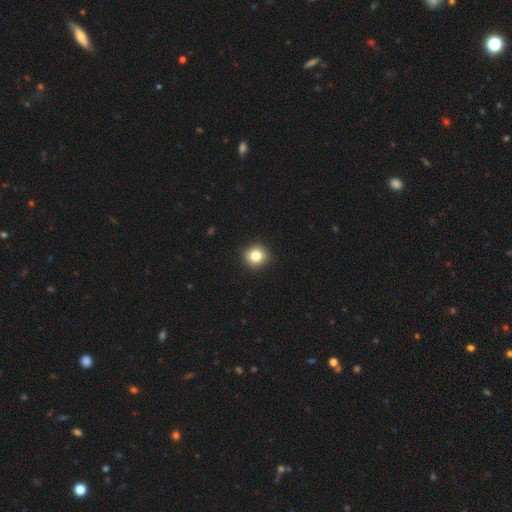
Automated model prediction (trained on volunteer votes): This is clearly a smooth galaxy (83%). How rounded: clearly round (87%). Merging: clearly none (91%).